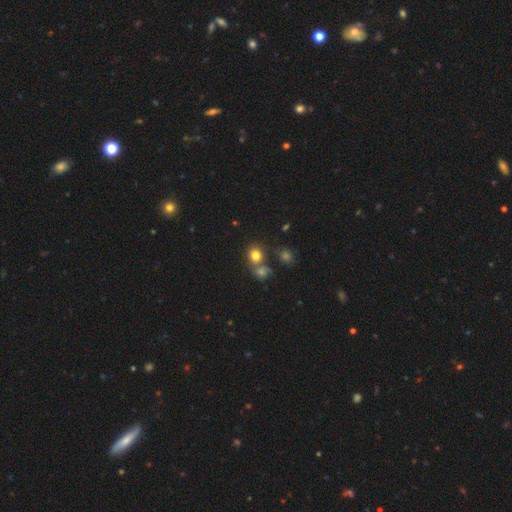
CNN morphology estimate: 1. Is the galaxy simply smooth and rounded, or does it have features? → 78% smooth, 14% star or artifact, 9% featured or disk.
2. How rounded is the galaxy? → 79% round, 20% in between, 1% cigar-shaped.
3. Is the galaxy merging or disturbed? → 55% none, 32% merger, 10% minor disturbance, 4% major disturbance.